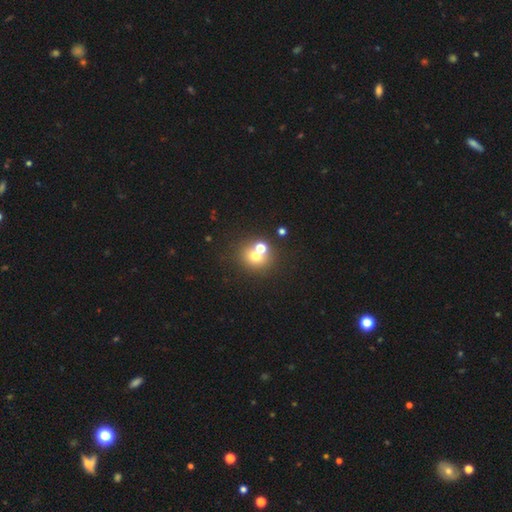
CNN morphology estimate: smooth_or_featured: smooth (p=0.65) [alt: star or artifact p=0.18]
how_rounded: round (p=0.79) [alt: in between p=0.20]
merging: none (p=0.50) [alt: merger p=0.39]